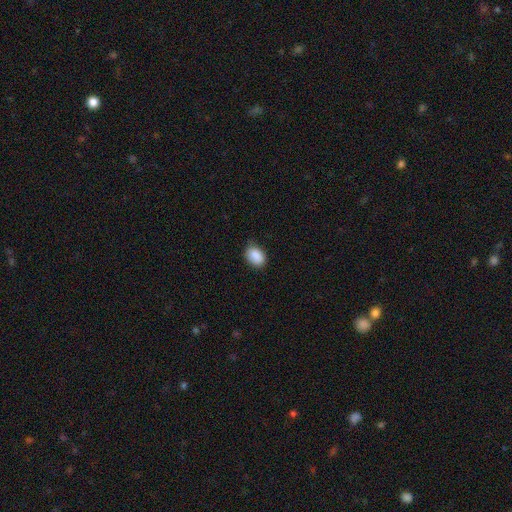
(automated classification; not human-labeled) Morphology: type=smooth (89%); roundness=in between (78%); merging=none (73%).